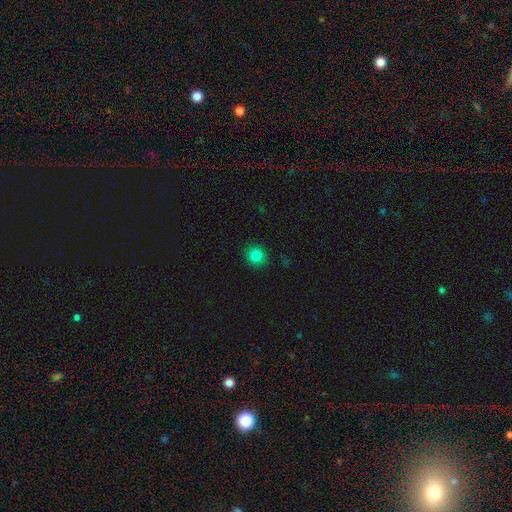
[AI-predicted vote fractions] The model was most divided on "how rounded": round: 83%, in between: 16%, cigar-shaped: 1%. More confident: merging — none (90%); smooth or featured — smooth (82%).